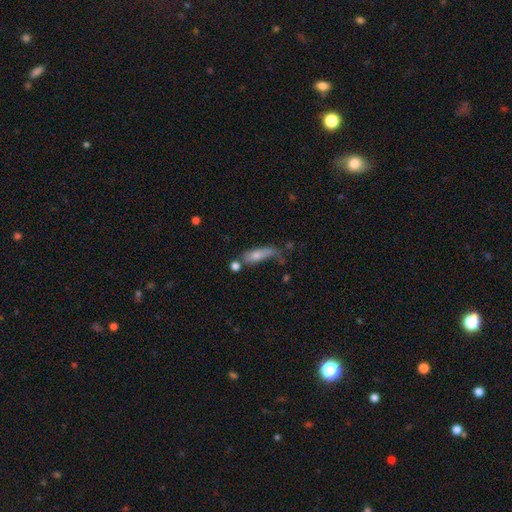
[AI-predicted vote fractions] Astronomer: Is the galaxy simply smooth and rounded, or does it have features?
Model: smooth — 50% (runner-up: featured or disk, 34%).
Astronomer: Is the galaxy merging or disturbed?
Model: none — 39% (runner-up: minor disturbance, 23%).